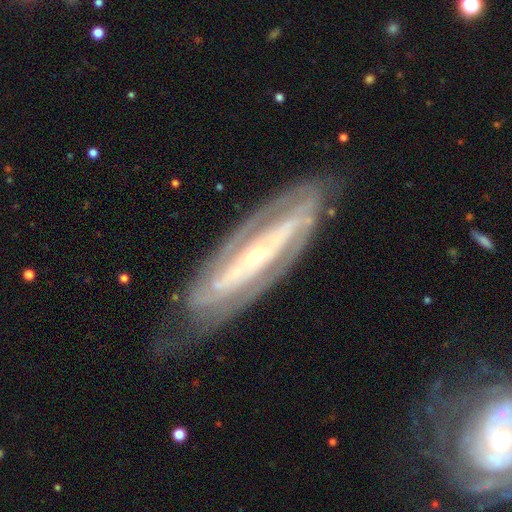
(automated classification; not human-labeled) Q: Smooth or featured?
A: featured or disk (87%); runner-up: smooth (8%)
Q: Edge-on disk?
A: no (83%); runner-up: yes (17%)
Q: Bar?
A: strong (41%); runner-up: no (37%)
Q: Spiral arms?
A: yes (89%); runner-up: no (11%)
Q: Spiral winding?
A: tight (64%); runner-up: medium (28%)
Q: Spiral arm count?
A: 2 (50%); runner-up: can't tell (30%)
Q: Bulge size?
A: small (79%); runner-up: moderate (17%)
Q: Merging?
A: none (74%); runner-up: minor disturbance (17%)